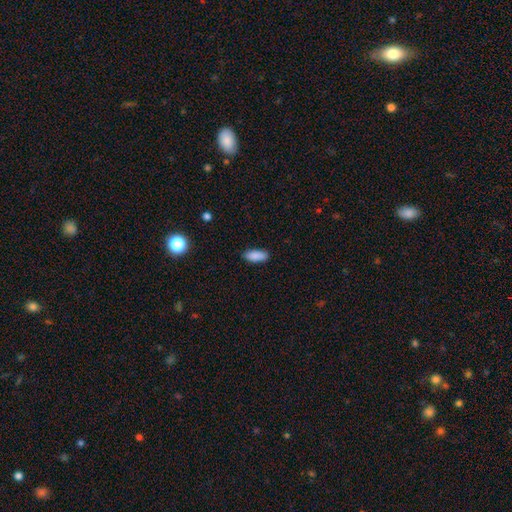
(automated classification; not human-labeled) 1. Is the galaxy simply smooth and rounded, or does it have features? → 88% smooth, 7% star or artifact, 5% featured or disk.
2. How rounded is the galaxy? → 80% in between, 18% cigar-shaped, 2% round.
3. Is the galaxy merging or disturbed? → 86% none, 11% minor disturbance, 2% major disturbance, 1% merger.